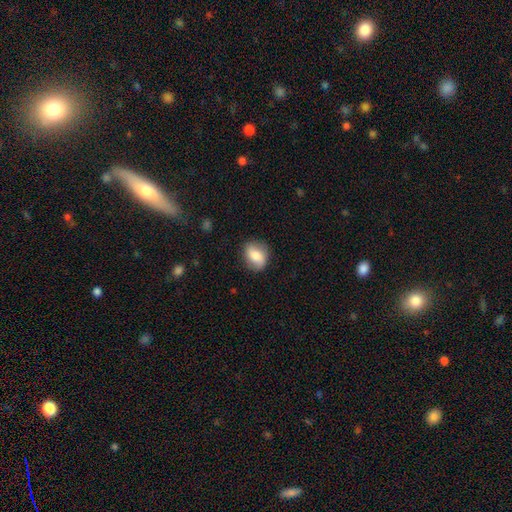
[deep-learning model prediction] A smooth galaxy with no disk features (73%) that is in between round and cigar-shaped (56%).

Vote fractions:
- Smooth or featured? smooth: 73% / featured or disk: 20% / star or artifact: 7%
- How rounded? in between: 56% / round: 42% / cigar-shaped: 2%
- Merging? none: 80% / minor disturbance: 15% / major disturbance: 4% / merger: 1%